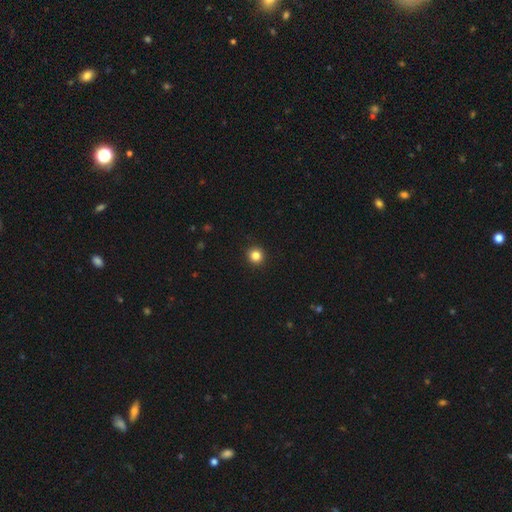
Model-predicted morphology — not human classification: A smooth galaxy with no disk features (84%) that is round (95%). Merging: none (93%).